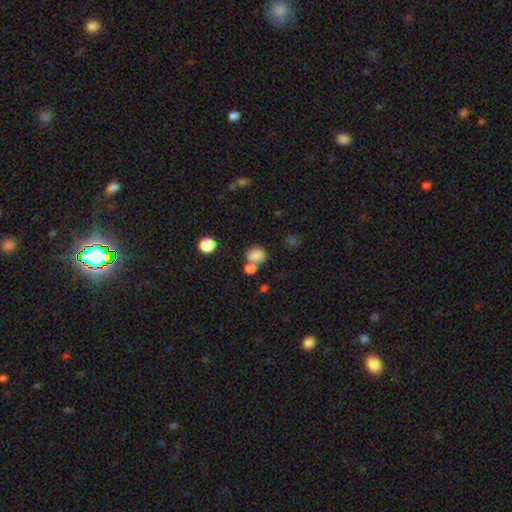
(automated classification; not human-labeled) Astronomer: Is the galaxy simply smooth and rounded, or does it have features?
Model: smooth — 79%.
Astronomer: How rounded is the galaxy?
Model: round — 52% (runner-up: in between, 47%).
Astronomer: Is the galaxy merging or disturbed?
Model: none — 45% (runner-up: merger, 35%).